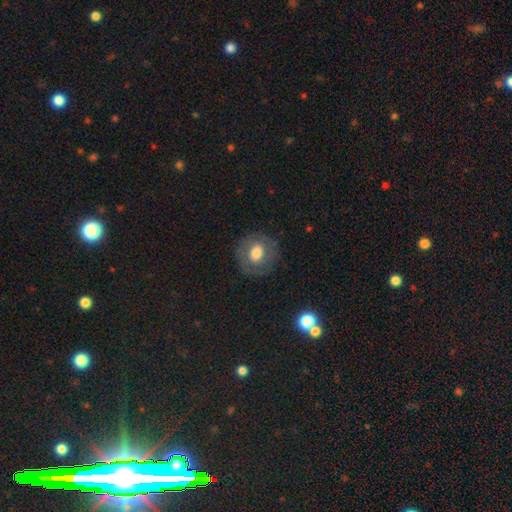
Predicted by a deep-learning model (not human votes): smooth 51%, featured or disk 28%, star or artifact 20%. Down the decision tree: how rounded — round (86%); merging — none (85%).